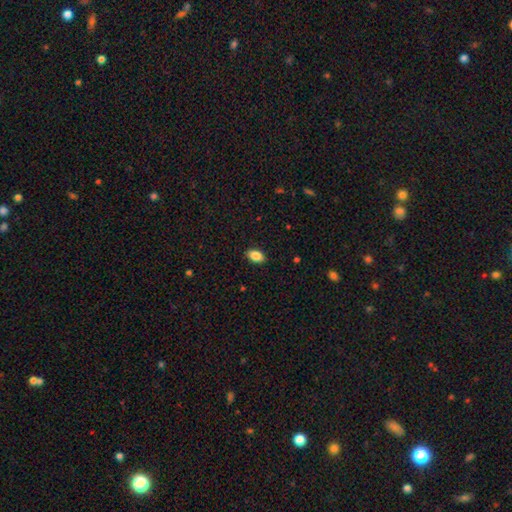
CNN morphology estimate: Overall: smooth (88%). How rounded: in between (90%). Merging: none (88%).